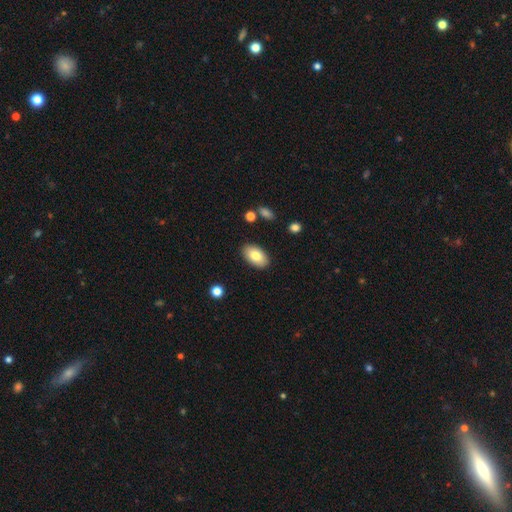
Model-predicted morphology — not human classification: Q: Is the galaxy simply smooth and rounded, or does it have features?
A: smooth — 80%.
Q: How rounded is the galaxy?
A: in between — 94%.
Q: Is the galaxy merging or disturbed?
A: none — 88%.